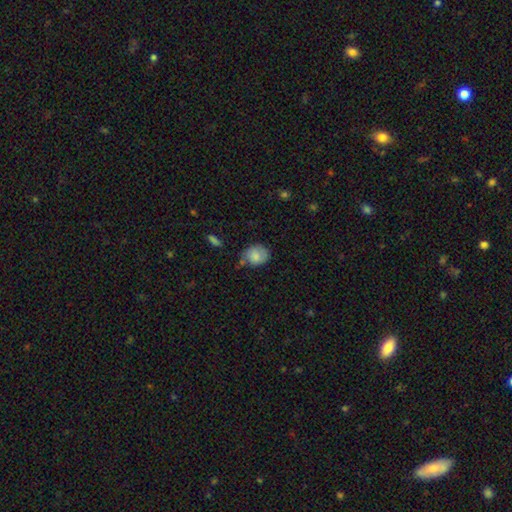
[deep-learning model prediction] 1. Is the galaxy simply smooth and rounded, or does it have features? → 81% smooth, 12% featured or disk, 8% star or artifact.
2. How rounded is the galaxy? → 57% round, 42% in between, 1% cigar-shaped.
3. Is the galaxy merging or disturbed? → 59% none, 28% minor disturbance, 7% major disturbance, 6% merger.